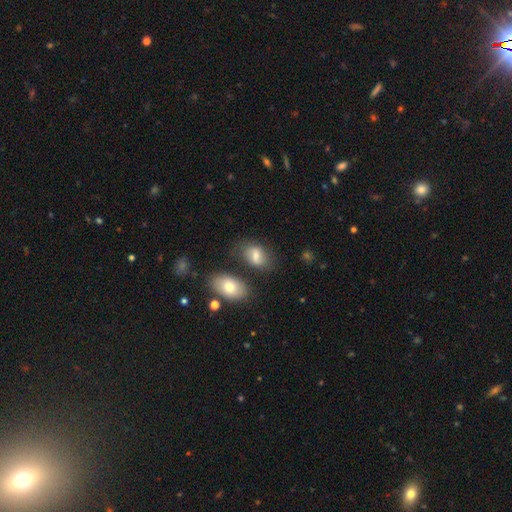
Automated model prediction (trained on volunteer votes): Smooth or featured?
  - smooth: 72% *
  - featured or disk: 19%
  - star or artifact: 9%
How rounded?
  - in between: 87% *
  - round: 11%
  - cigar-shaped: 2%
Merging?
  - none: 60% *
  - minor disturbance: 20%
  - merger: 12%
  - major disturbance: 8%